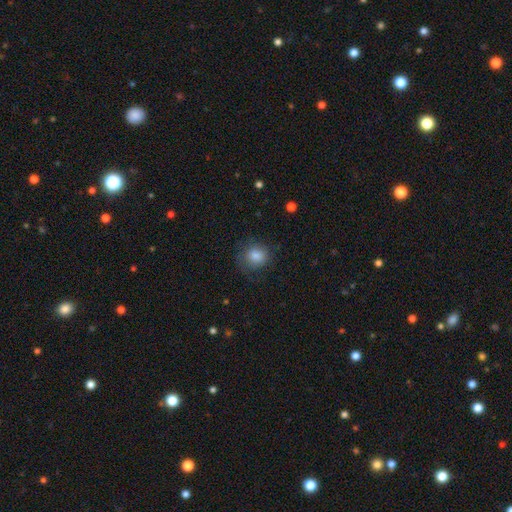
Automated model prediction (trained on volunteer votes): Smooth or featured? Predicted: smooth (p=0.81). How rounded? Predicted: round (p=0.80). Merging? Predicted: none (p=0.73).